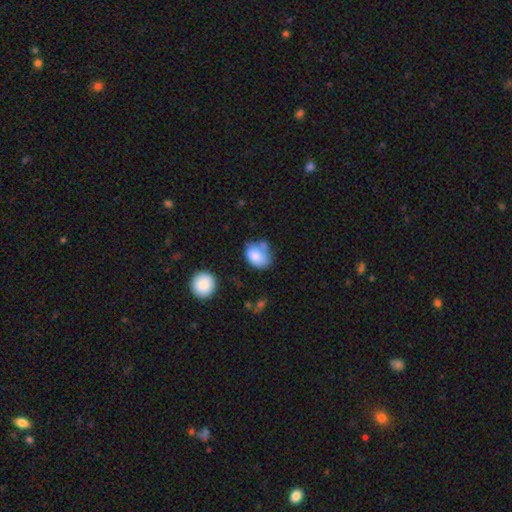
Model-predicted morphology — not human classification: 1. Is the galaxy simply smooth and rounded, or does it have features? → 82% smooth, 10% featured or disk, 8% star or artifact.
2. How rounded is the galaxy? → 74% in between, 25% round, 1% cigar-shaped.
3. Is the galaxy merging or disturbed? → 46% none, 27% minor disturbance, 18% merger, 10% major disturbance.